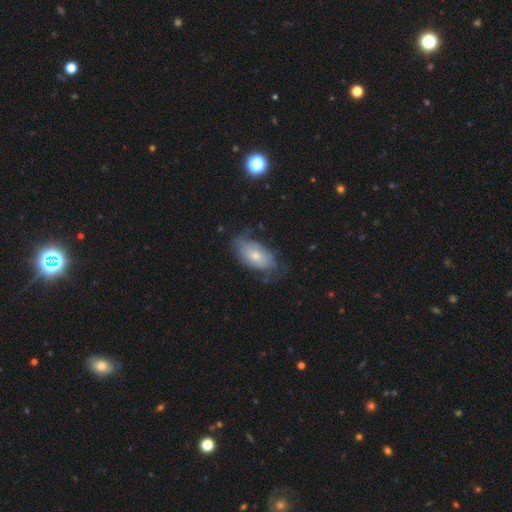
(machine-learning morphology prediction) smooth-or-featured: smooth: 55% | featured or disk: 37% | star or artifact: 8%
  how-rounded: in between: 91% | round: 6% | cigar-shaped: 3%
  merging: none: 52% | minor disturbance: 31% | major disturbance: 15% | merger: 2%